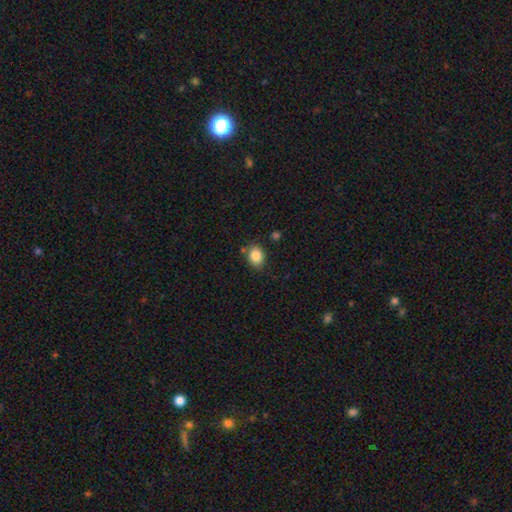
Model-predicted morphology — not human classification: Smooth or featured? Predicted: smooth (p=0.86). How rounded? Predicted: in between (p=0.57). Merging? Predicted: none (p=0.79).